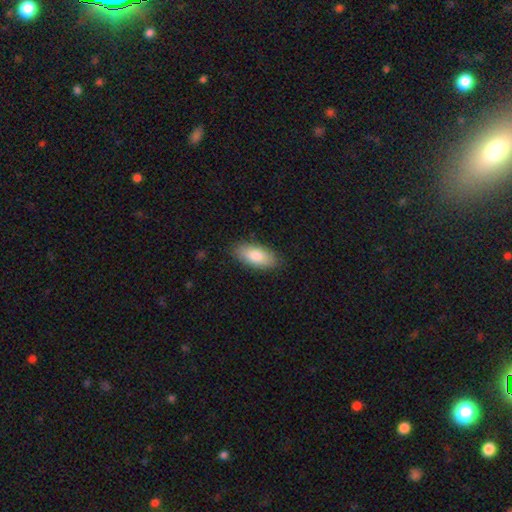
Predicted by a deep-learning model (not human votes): Overall: smooth (83%). How rounded: in between (88%). Merging: none (86%).